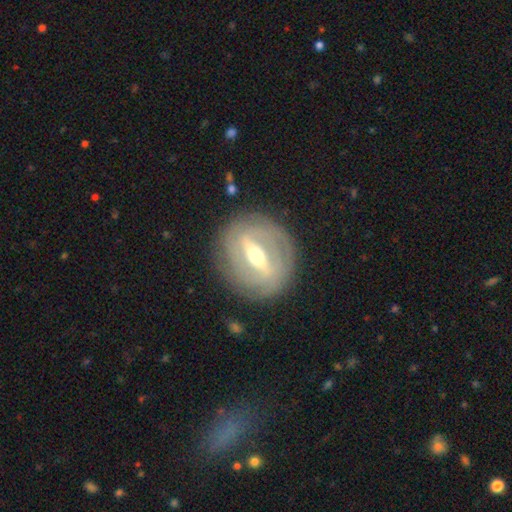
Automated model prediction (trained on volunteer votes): Overall: featured or disk (84%). Edge-on disk: no (84%). Bar: strong (72%). Spiral arms: yes (73%). Spiral arm count: can't tell (37%; 2 36%). Spiral winding: tight (73%). Bulge size: moderate (69%). Merging: none (84%).